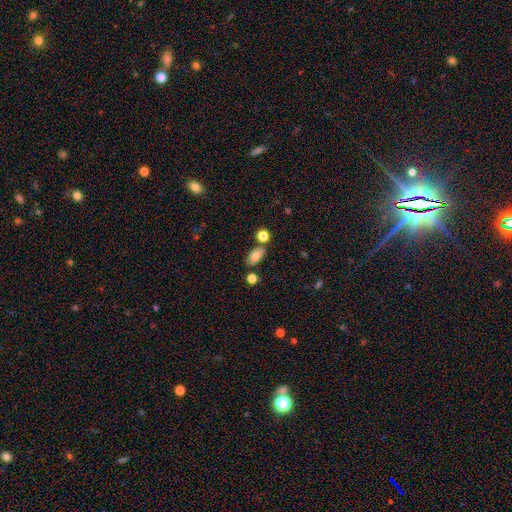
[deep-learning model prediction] Smooth or featured?
  - smooth: 82% *
  - star or artifact: 9%
  - featured or disk: 8%
How rounded?
  - in between: 88% *
  - round: 7%
  - cigar-shaped: 5%
Merging?
  - none: 75% *
  - minor disturbance: 12%
  - merger: 9%
  - major disturbance: 3%